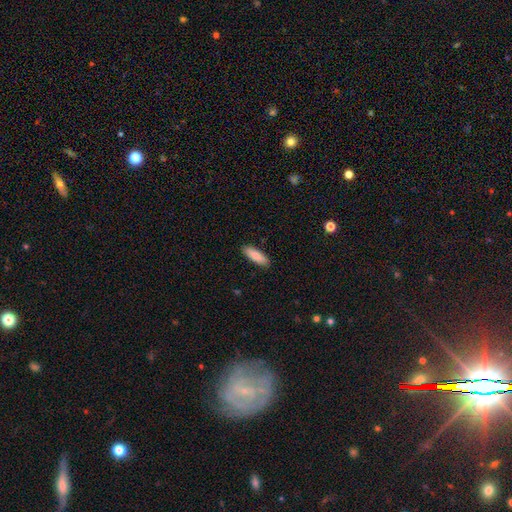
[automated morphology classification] type=smooth (83%); roundness=in between (49%, tied with cigar-shaped); merging=none (90%).